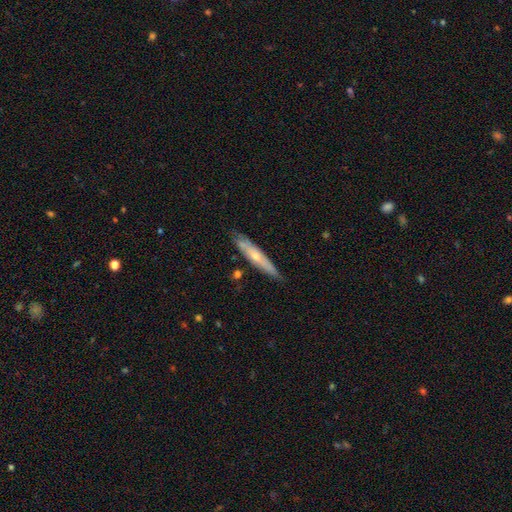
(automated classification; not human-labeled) A featured or disk galaxy (54%) viewed edge-on (76%).

Vote fractions:
- Smooth or featured? featured or disk: 54% / smooth: 40% / star or artifact: 6%
- Edge-on disk? yes: 76% / no: 24%
- Merging? none: 81% / minor disturbance: 15% / major disturbance: 2% / merger: 2%